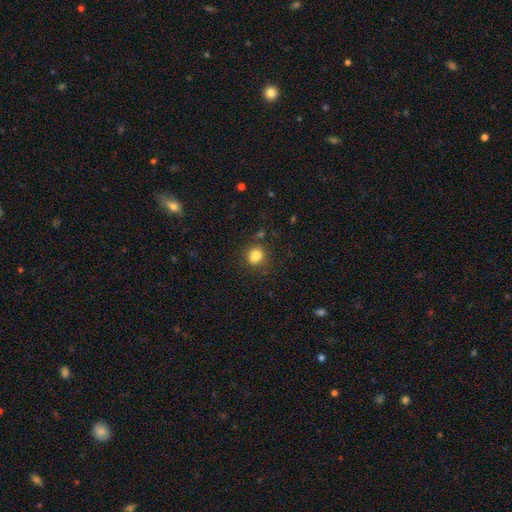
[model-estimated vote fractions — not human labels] Smooth or featured? Predicted: smooth (p=0.84). How rounded? Predicted: round (p=0.61). Merging? Predicted: none (p=0.78).